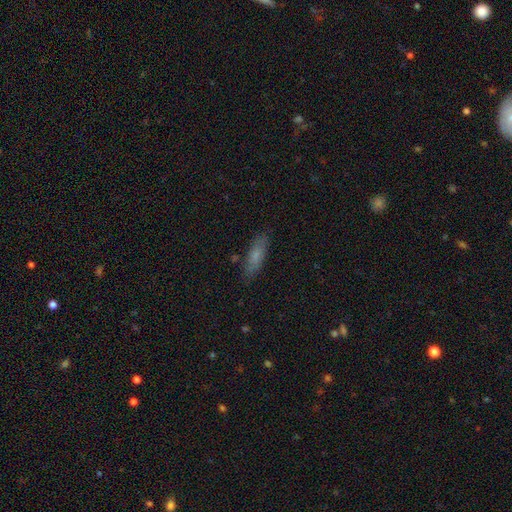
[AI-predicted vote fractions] A smooth galaxy with no disk features (71%) that is cigar-shaped (52%). Merging: none (81%).